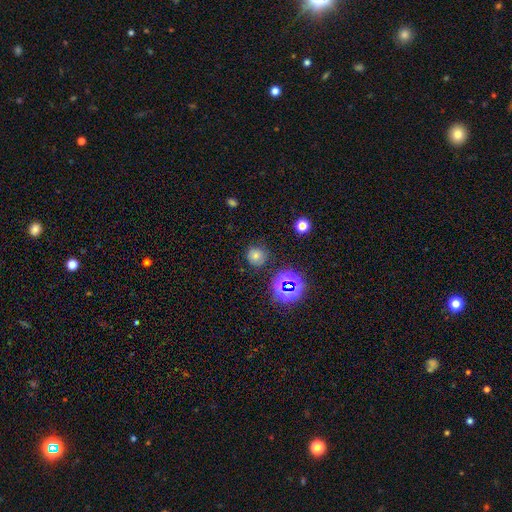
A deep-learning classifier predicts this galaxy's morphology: A smooth galaxy with no disk features (60%) that is round (91%). Merging: none (83%).